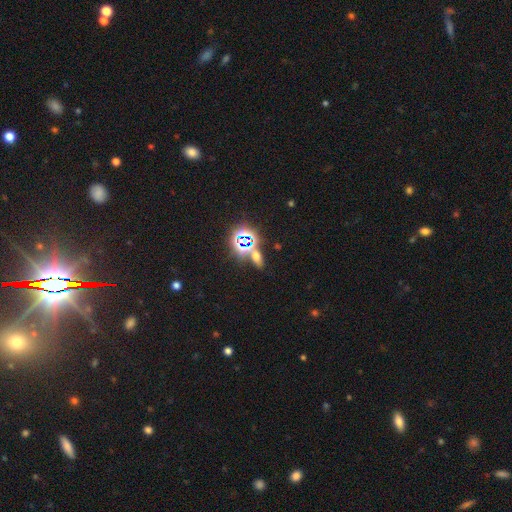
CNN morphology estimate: smooth-or-featured: star or artifact: 51% | smooth: 38% | featured or disk: 11%